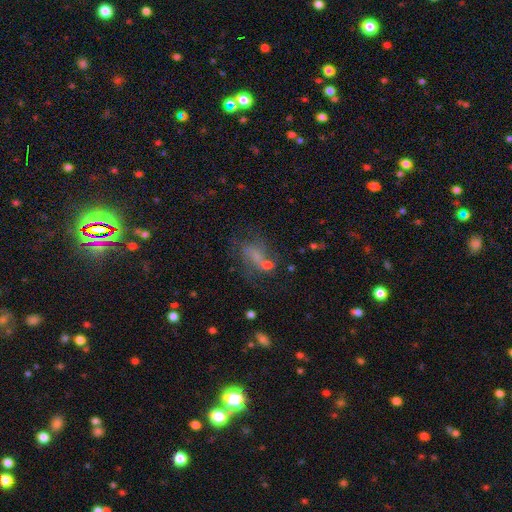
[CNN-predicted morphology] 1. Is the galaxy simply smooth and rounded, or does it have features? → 43% smooth, 38% featured or disk, 20% star or artifact.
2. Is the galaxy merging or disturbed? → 38% none, 25% major disturbance, 20% minor disturbance, 16% merger.